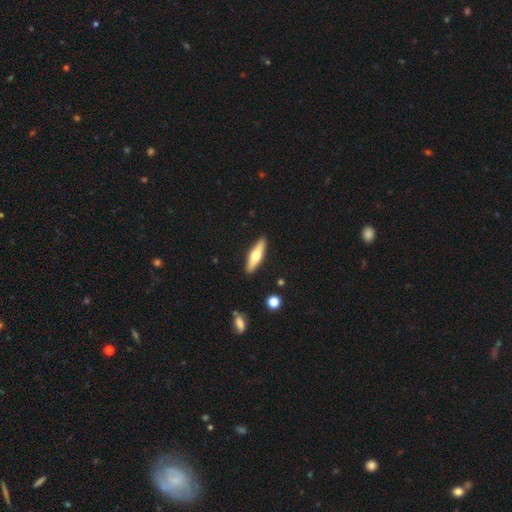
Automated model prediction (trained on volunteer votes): smooth_or_featured: smooth (p=0.50) [alt: featured or disk p=0.44]
how_rounded: cigar-shaped (p=0.66) [alt: in between p=0.32]
merging: none (p=0.89) [alt: minor disturbance p=0.08]